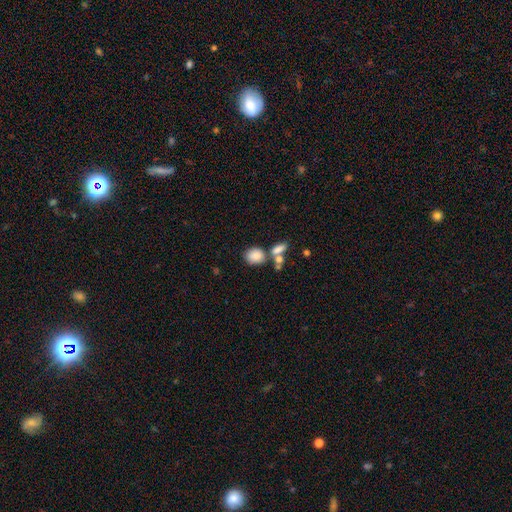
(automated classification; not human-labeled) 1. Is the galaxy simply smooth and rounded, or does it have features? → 83% smooth, 8% featured or disk, 8% star or artifact.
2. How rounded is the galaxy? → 55% in between, 43% round, 2% cigar-shaped.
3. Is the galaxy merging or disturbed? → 51% none, 32% merger, 12% minor disturbance, 5% major disturbance.